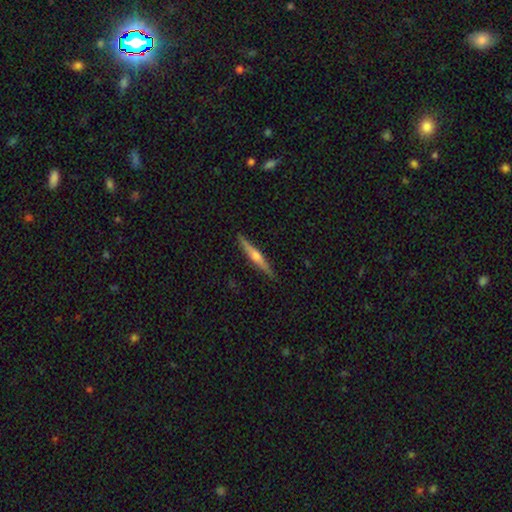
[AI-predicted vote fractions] Q: Smooth or featured?
A: featured or disk (68%); runner-up: smooth (26%)
Q: Edge-on disk?
A: yes (98%); runner-up: no (2%)
Q: Edge-on bulge?
A: rounded (84%); runner-up: none (10%)
Q: Merging?
A: none (90%); runner-up: minor disturbance (7%)